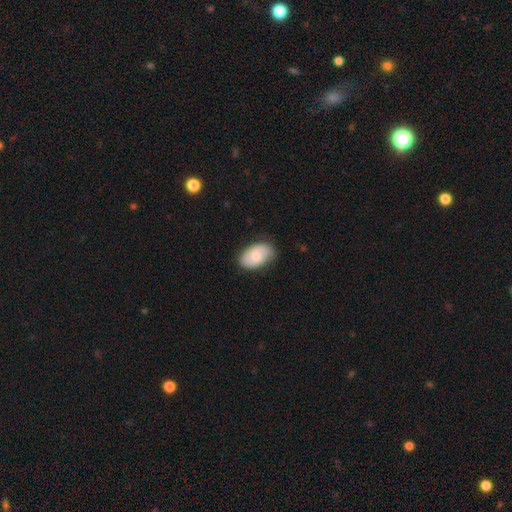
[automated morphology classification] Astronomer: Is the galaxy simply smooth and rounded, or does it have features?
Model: smooth — 59% (runner-up: featured or disk, 35%).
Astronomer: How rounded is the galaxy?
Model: in between — 91%.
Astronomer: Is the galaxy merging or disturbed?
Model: none — 80%.